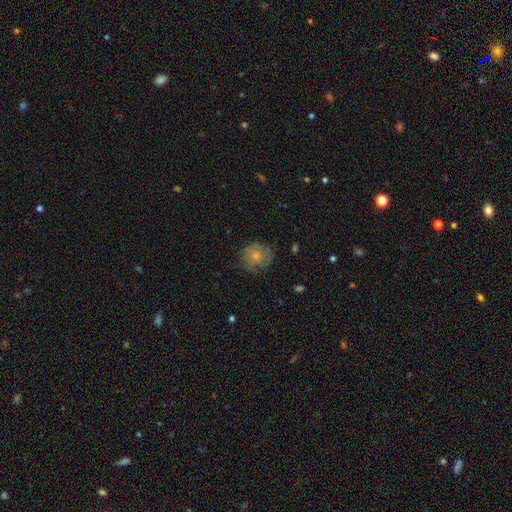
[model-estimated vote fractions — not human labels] smooth 72%, featured or disk 20%, star or artifact 8%. Down the decision tree: how rounded — round (82%); merging — none (72%).